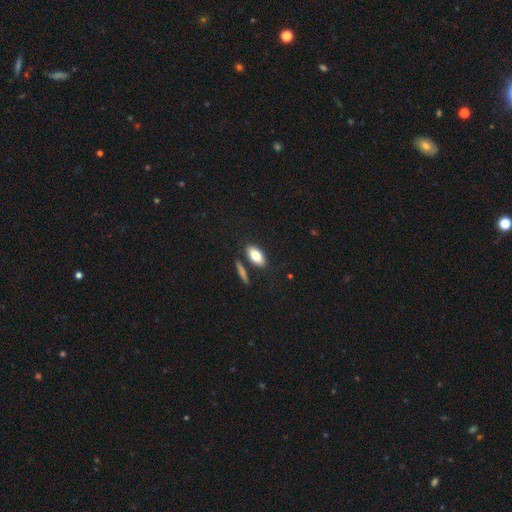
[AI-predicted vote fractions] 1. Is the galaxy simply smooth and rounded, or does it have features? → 79% smooth, 14% featured or disk, 7% star or artifact.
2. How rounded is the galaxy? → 88% in between, 8% cigar-shaped, 4% round.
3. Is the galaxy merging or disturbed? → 78% none, 11% minor disturbance, 8% merger, 3% major disturbance.